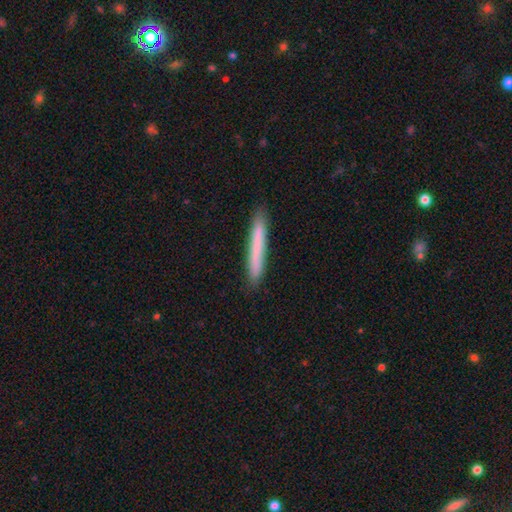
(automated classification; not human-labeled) smooth-or-featured: smooth: 74% | featured or disk: 20% | star or artifact: 6%
  how-rounded: cigar-shaped: 96% | in between: 3% | round: 1%
  merging: none: 88% | minor disturbance: 9% | major disturbance: 2% | merger: 1%